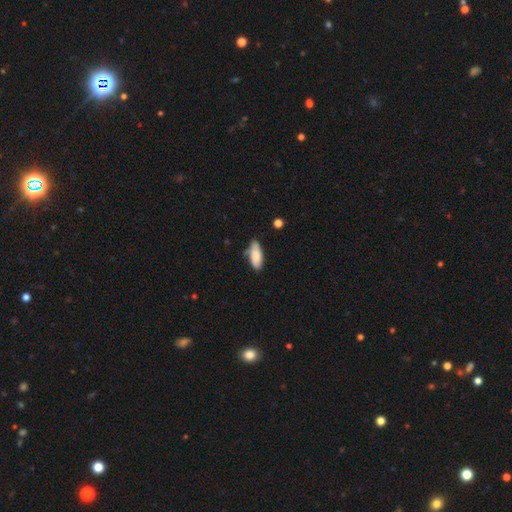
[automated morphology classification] smooth-or-featured: smooth: 82% | featured or disk: 11% | star or artifact: 6%
  how-rounded: in between: 75% | cigar-shaped: 23% | round: 2%
  merging: none: 65% | minor disturbance: 25% | merger: 5% | major disturbance: 5%